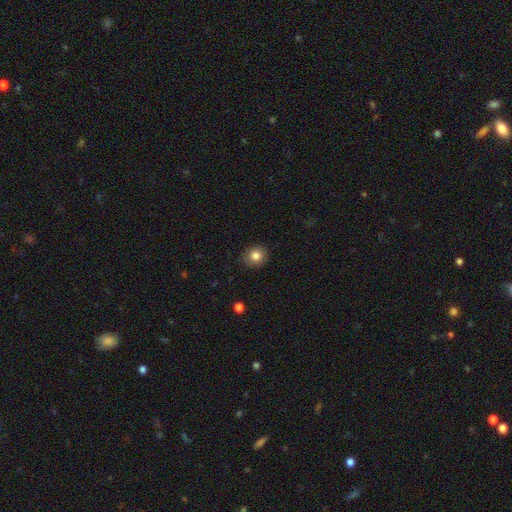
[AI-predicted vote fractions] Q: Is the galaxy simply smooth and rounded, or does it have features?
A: smooth — 83%.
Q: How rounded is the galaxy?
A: round — 81%.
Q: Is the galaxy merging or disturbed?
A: none — 86%.